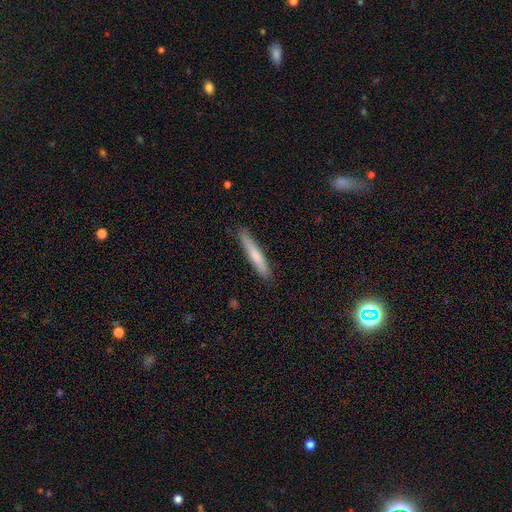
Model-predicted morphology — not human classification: A smooth galaxy with no disk features (69%) that is cigar-shaped (94%). Merging: none (88%).